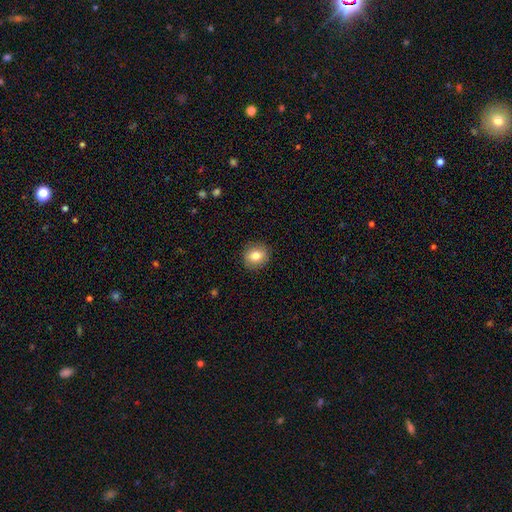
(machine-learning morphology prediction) Smooth or featured? Predicted: smooth (p=0.80). How rounded? Predicted: round (p=0.83). Merging? Predicted: none (p=0.90).